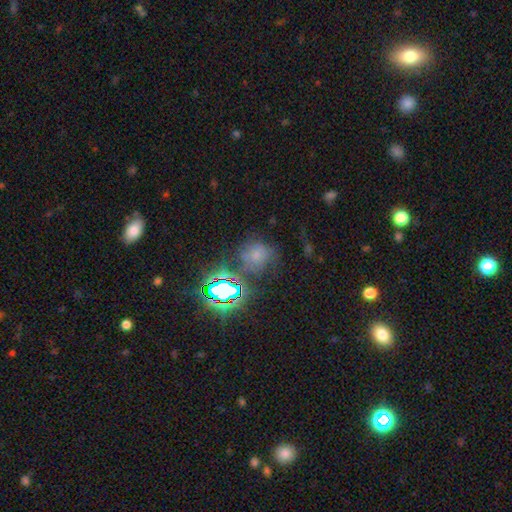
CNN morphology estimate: A smooth galaxy with no disk features (50%). Merging: none (59%).